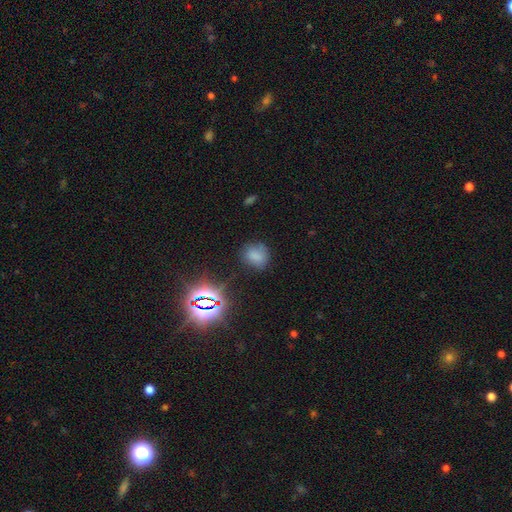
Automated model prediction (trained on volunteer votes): smooth 71%, star or artifact 20%, featured or disk 9%. Down the decision tree: how rounded — round (59%); merging — none (71%).